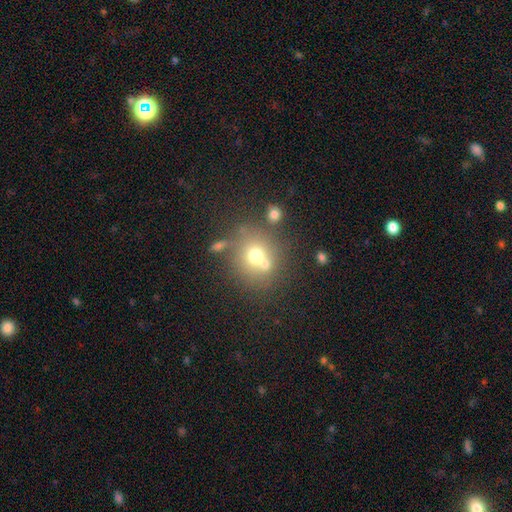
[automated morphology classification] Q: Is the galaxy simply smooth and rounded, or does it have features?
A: smooth — 65%.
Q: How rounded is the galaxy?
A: round — 84%.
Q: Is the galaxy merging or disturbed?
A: none — 54%.